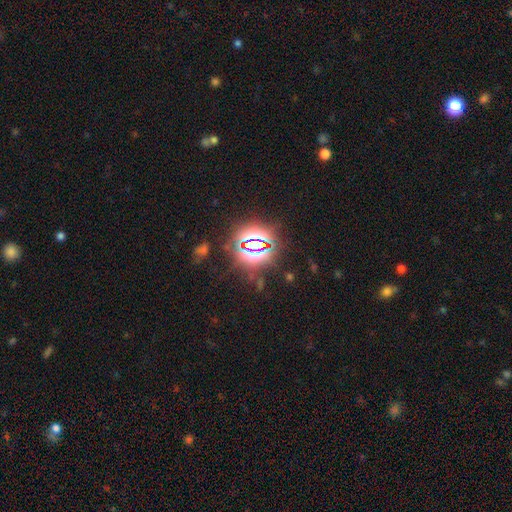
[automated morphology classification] This appears to be a star or artifact, not a galaxy (84%).